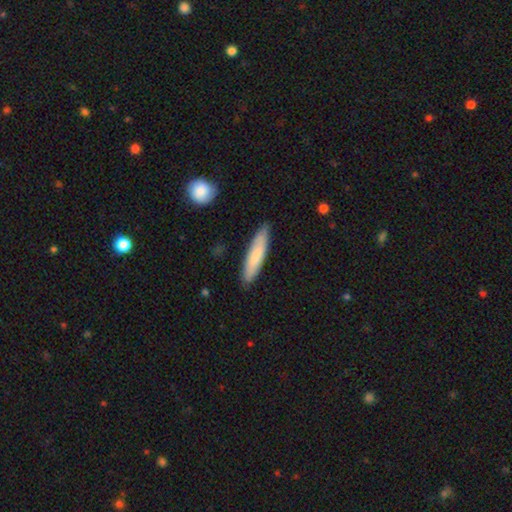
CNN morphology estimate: Smooth or featured?
  - smooth: 79% *
  - featured or disk: 16%
  - star or artifact: 5%
How rounded?
  - cigar-shaped: 84% *
  - in between: 15%
  - round: 1%
Merging?
  - none: 86% *
  - minor disturbance: 11%
  - major disturbance: 2%
  - merger: 1%